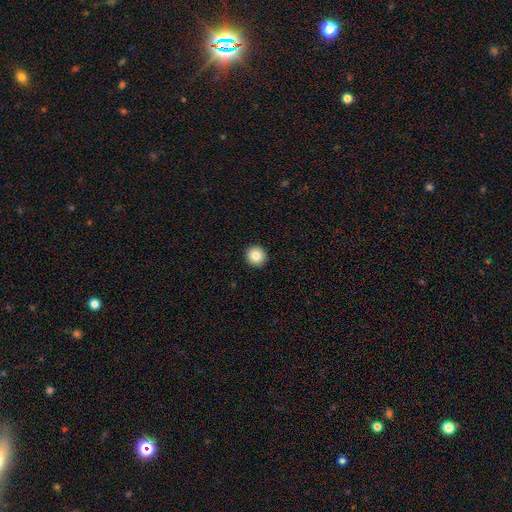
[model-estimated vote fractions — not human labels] A smooth galaxy with no disk features (84%) that is round (93%). Merging: none (93%).